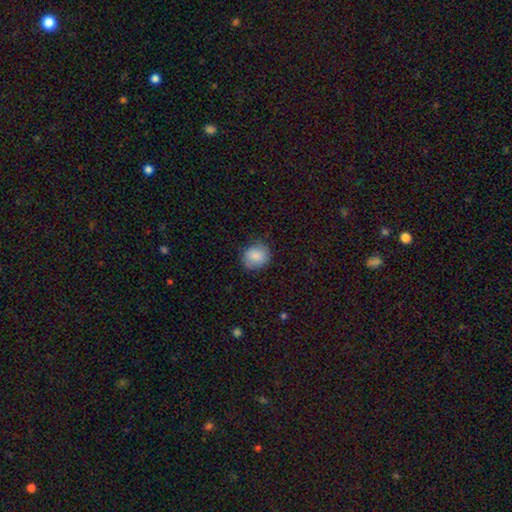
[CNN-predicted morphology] smooth 87%, star or artifact 8%, featured or disk 6%. Down the decision tree: how rounded — round (78%); merging — none (80%).